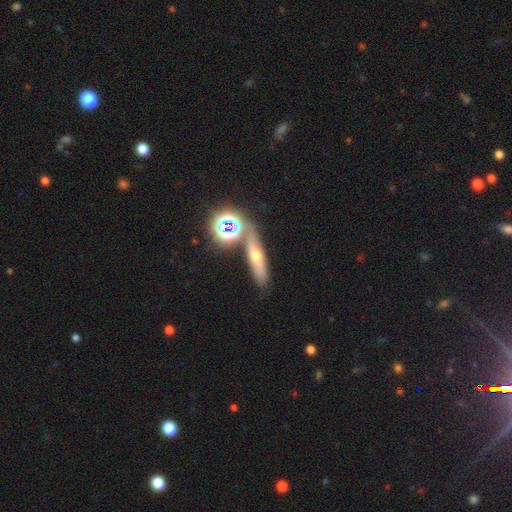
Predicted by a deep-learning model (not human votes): Morphology: type=smooth (40%); merging=none (73%).